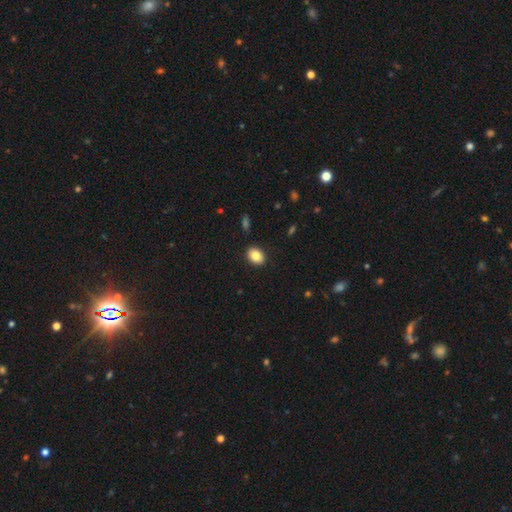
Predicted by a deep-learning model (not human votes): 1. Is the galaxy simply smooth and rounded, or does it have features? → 83% smooth, 8% star or artifact, 8% featured or disk.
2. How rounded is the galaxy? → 68% in between, 31% round, 1% cigar-shaped.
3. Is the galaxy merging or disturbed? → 90% none, 7% minor disturbance, 2% major disturbance, 1% merger.